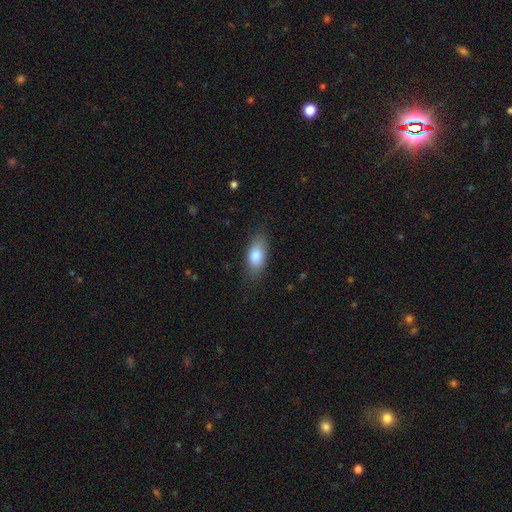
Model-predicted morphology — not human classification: Smooth or featured: smooth — 82% (featured or disk — 11%)
How rounded: in between — 87% (cigar-shaped — 9%)
Merging: none — 81% (minor disturbance — 14%)